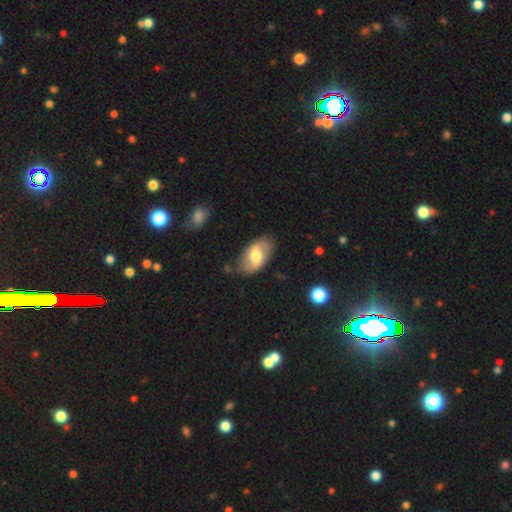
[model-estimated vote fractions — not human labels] Morphology: type=featured or disk (53%); edge-on=no (91%); merging=none (78%).